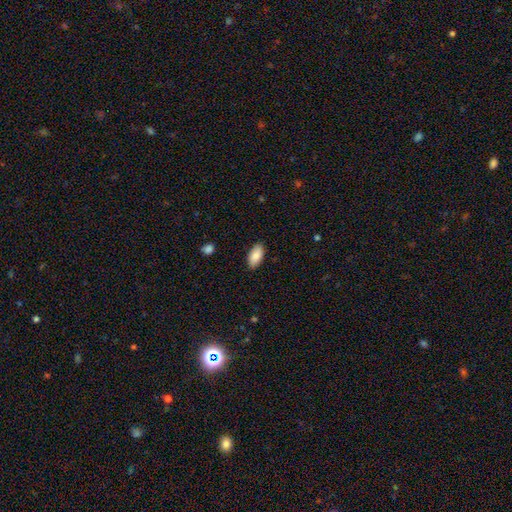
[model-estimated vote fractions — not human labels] Smooth or featured: smooth — 88% (star or artifact — 6%)
How rounded: in between — 93% (cigar-shaped — 5%)
Merging: none — 88% (minor disturbance — 9%)